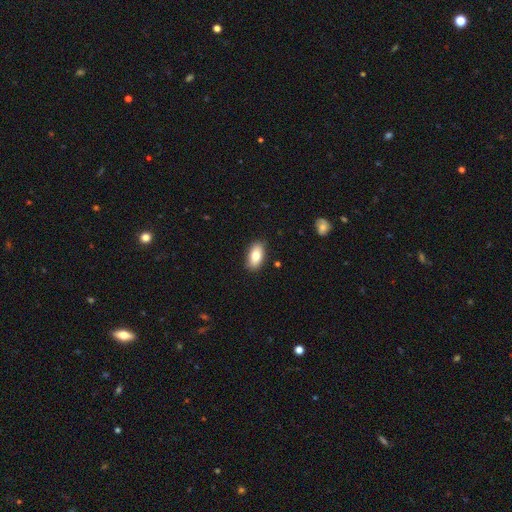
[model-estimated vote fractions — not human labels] smooth 81%, featured or disk 13%, star or artifact 7%. Down the decision tree: how rounded — in between (92%); merging — none (86%).